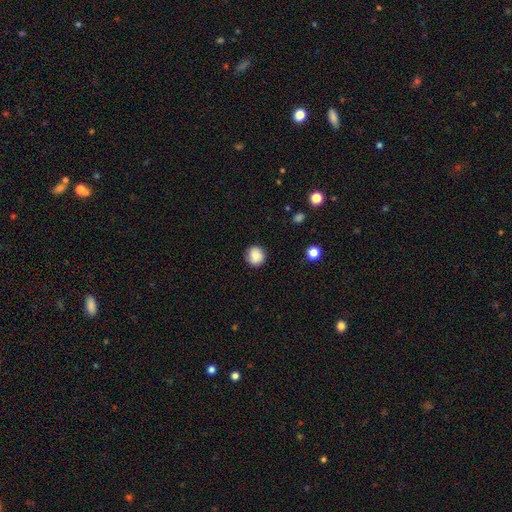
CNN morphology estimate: Q: Smooth or featured?
A: smooth (86%); runner-up: star or artifact (9%)
Q: How rounded?
A: round (91%); runner-up: in between (8%)
Q: Merging?
A: none (87%); runner-up: minor disturbance (9%)